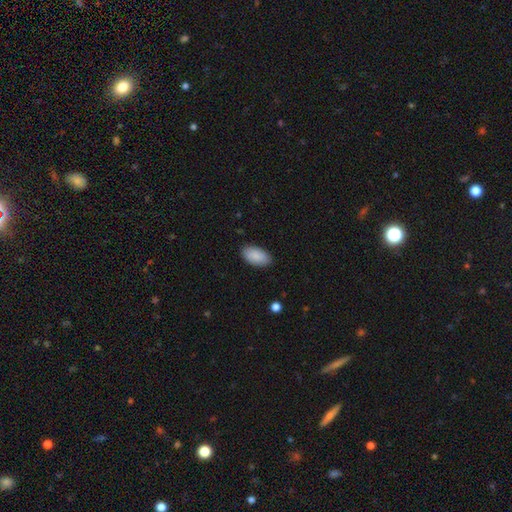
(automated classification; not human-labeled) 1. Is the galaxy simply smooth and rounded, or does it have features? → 90% smooth, 6% star or artifact, 4% featured or disk.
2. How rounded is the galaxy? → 95% in between, 2% round, 2% cigar-shaped.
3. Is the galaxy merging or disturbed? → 87% none, 10% minor disturbance, 2% major disturbance, 1% merger.